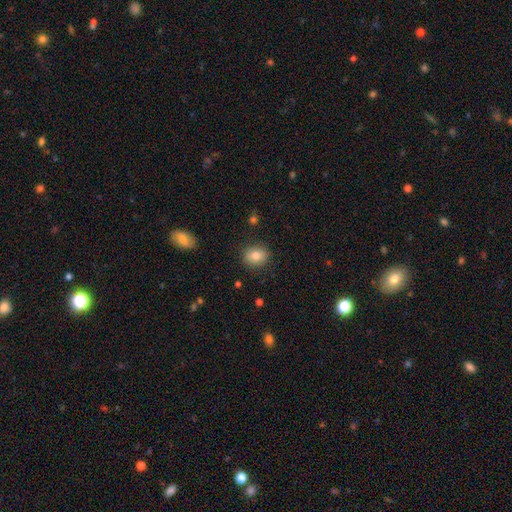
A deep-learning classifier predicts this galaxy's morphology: Q: Smooth or featured?
A: smooth (80%); runner-up: star or artifact (10%)
Q: How rounded?
A: round (71%); runner-up: in between (28%)
Q: Merging?
A: none (87%); runner-up: minor disturbance (9%)